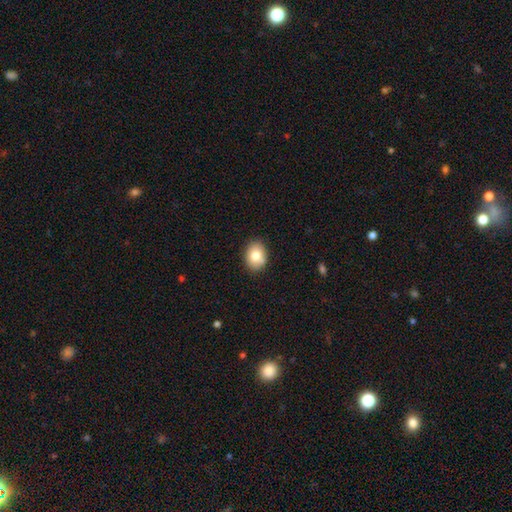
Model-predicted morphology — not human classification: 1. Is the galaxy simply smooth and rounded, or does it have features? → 81% smooth, 11% featured or disk, 8% star or artifact.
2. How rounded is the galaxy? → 67% in between, 32% round, 1% cigar-shaped.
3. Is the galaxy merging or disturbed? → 86% none, 10% minor disturbance, 2% major disturbance, 2% merger.